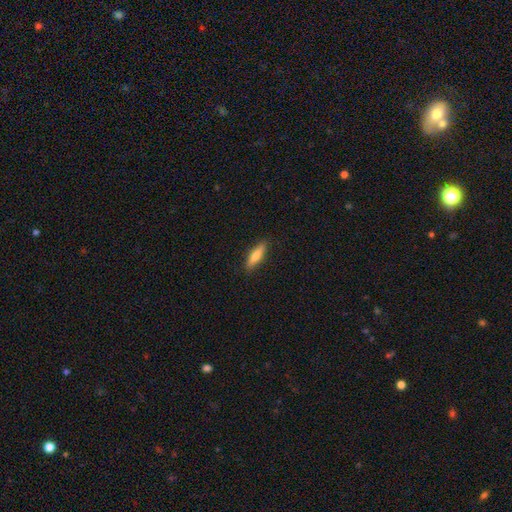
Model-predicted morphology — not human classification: smooth 73%, featured or disk 21%, star or artifact 6%. Down the decision tree: how rounded — cigar-shaped (69%); merging — none (88%).